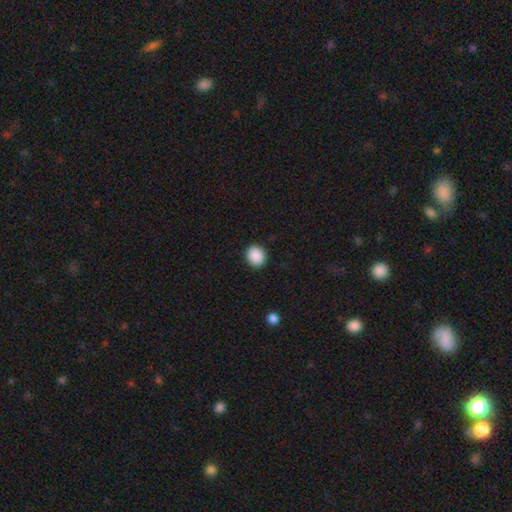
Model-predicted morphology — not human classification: Q: Smooth or featured?
A: smooth (89%); runner-up: star or artifact (8%)
Q: How rounded?
A: round (70%); runner-up: in between (29%)
Q: Merging?
A: none (90%); runner-up: minor disturbance (7%)